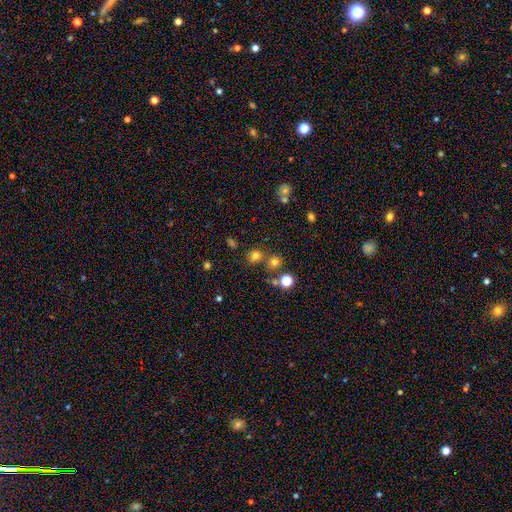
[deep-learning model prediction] smooth-or-featured: smooth: 71% | star or artifact: 21% | featured or disk: 8%
  how-rounded: round: 80% | in between: 19% | cigar-shaped: 1%
  merging: none: 67% | merger: 19% | minor disturbance: 10% | major disturbance: 4%